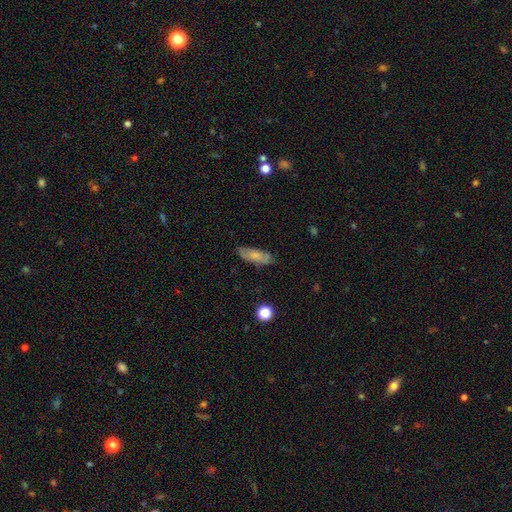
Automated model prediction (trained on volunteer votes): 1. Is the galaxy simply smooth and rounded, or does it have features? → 73% smooth, 20% featured or disk, 7% star or artifact.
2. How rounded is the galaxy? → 62% in between, 36% cigar-shaped, 2% round.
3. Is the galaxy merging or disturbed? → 77% none, 18% minor disturbance, 4% major disturbance, 2% merger.